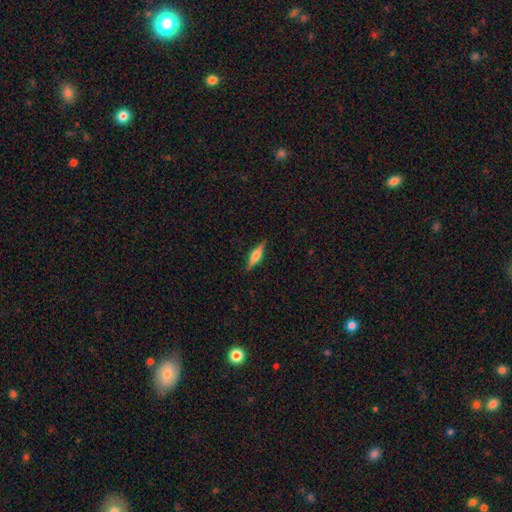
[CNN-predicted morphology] A featured or disk galaxy (60%) viewed edge-on (97%) with a rounded central bulge (84%). Merging: none (89%).